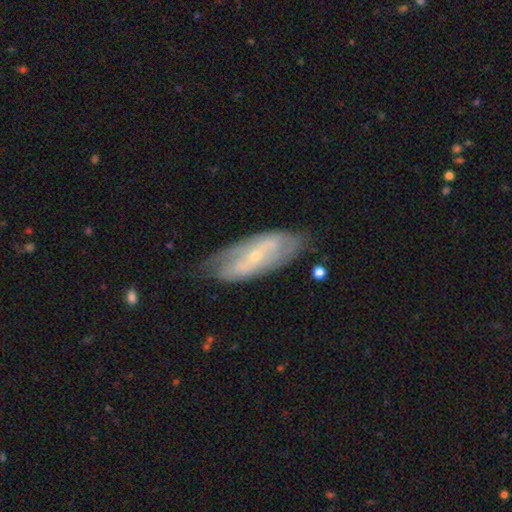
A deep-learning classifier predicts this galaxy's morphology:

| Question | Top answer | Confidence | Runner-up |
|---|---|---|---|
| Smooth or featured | featured or disk | 74% | smooth (20%) |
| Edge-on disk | no | 86% | yes (14%) |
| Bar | strong | 35% | weak (34%) |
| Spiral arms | yes | 75% | no (25%) |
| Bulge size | small | 73% | moderate (23%) |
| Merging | none | 69% | minor disturbance (22%) |